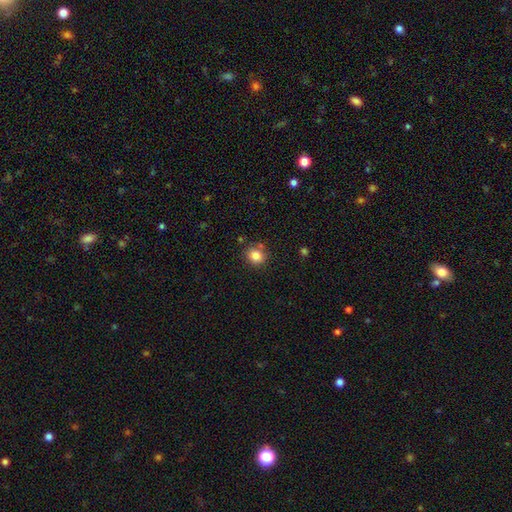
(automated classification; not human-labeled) smooth 84%, star or artifact 11%, featured or disk 6%. Down the decision tree: how rounded — round (81%); merging — none (80%).